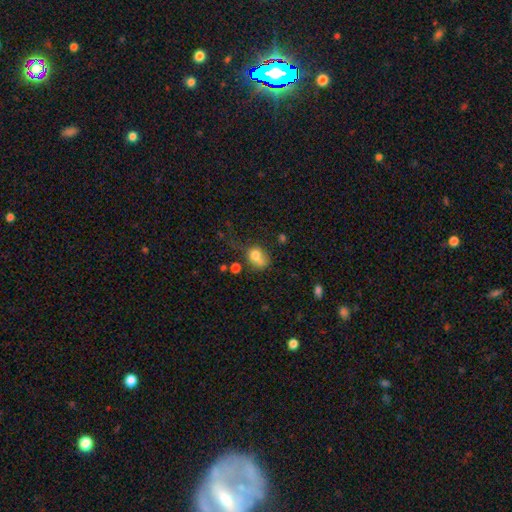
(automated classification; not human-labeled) smooth 73%, featured or disk 15%, star or artifact 12%. Down the decision tree: how rounded — round (52%); merging — merger (37%).